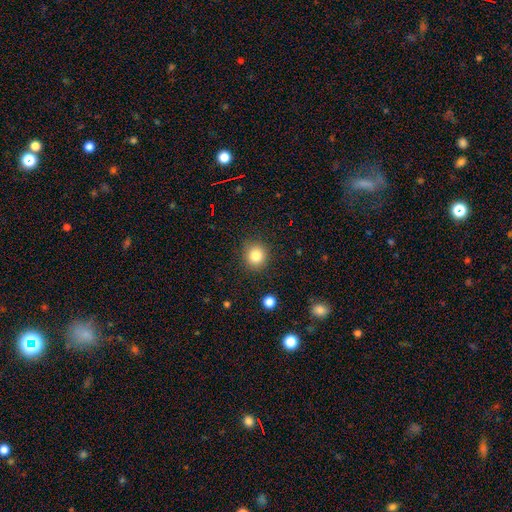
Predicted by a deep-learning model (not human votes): Smooth or featured: smooth — 82% (star or artifact — 12%)
How rounded: round — 89% (in between — 10%)
Merging: none — 89% (minor disturbance — 8%)